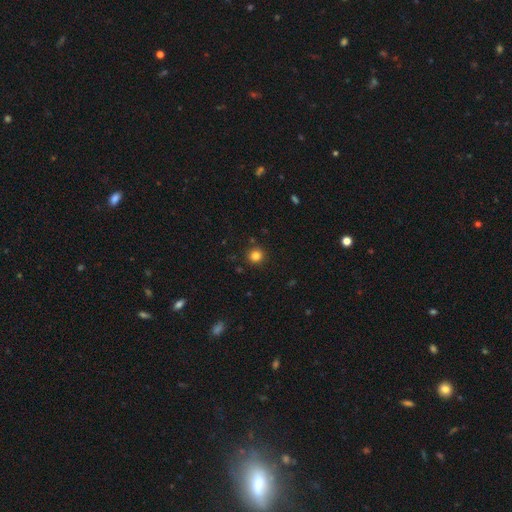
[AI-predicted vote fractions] smooth_or_featured: smooth (p=0.83) [alt: star or artifact p=0.13]
how_rounded: round (p=0.93) [alt: in between p=0.06]
merging: none (p=0.90) [alt: minor disturbance p=0.06]